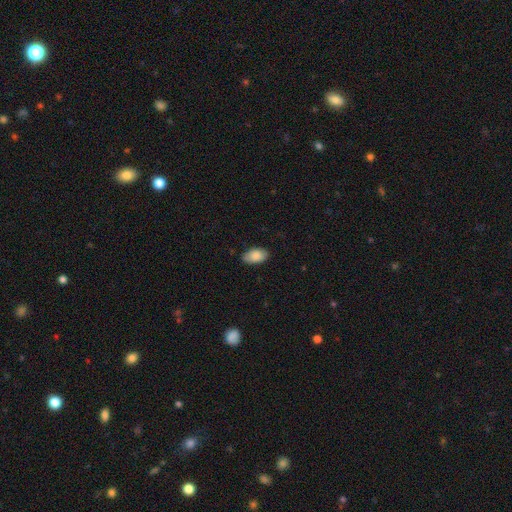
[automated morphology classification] Smooth or featured: smooth — 87% (featured or disk — 7%)
How rounded: in between — 94% (round — 4%)
Merging: none — 83% (minor disturbance — 14%)